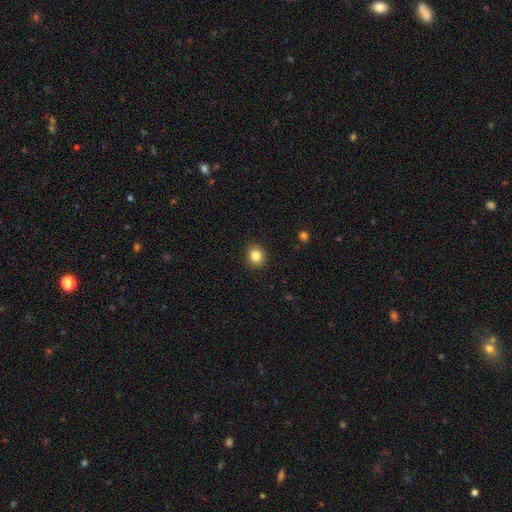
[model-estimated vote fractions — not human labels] Morphology: type=smooth (84%); roundness=round (76%); merging=none (91%).